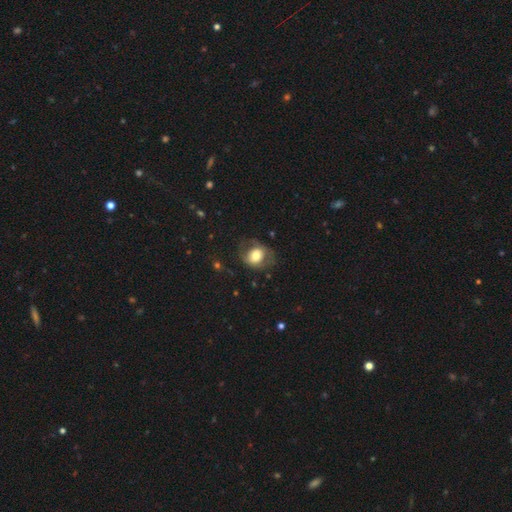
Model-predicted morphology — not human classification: This is likely a smooth galaxy (64%). How rounded: possibly round (55%). Merging: possibly none (58%).